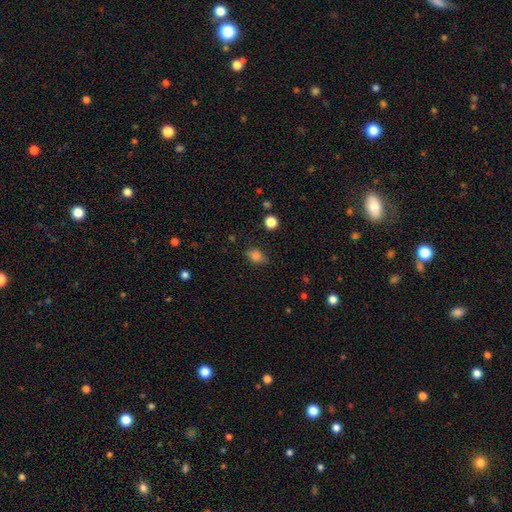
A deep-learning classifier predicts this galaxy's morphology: A smooth galaxy with no disk features (82%) that is in between round and cigar-shaped (74%). Merging: none (74%).